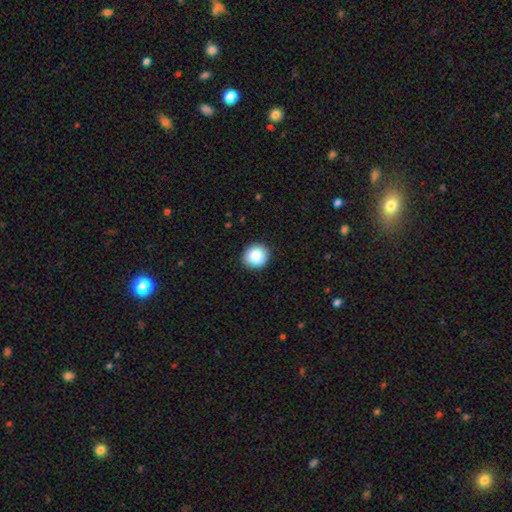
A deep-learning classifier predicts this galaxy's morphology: smooth-or-featured: smooth: 85% | star or artifact: 8% | featured or disk: 7%
  how-rounded: round: 89% | in between: 10% | cigar-shaped: 1%
  merging: none: 90% | minor disturbance: 7% | major disturbance: 2% | merger: 1%